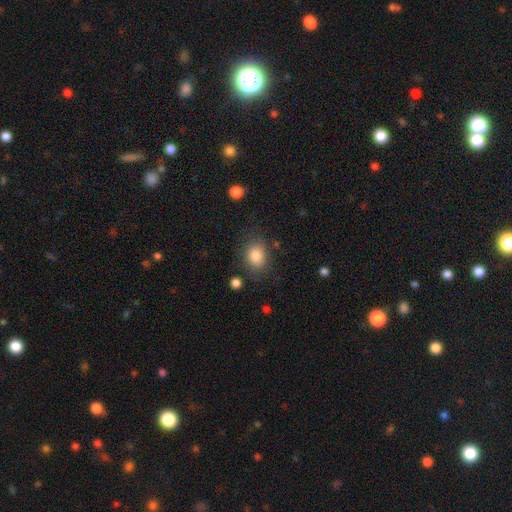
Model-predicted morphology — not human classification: The model was most divided on "how rounded": in between: 53%, round: 46%, cigar-shaped: 1%. More confident: smooth or featured — smooth (84%); merging — none (76%).